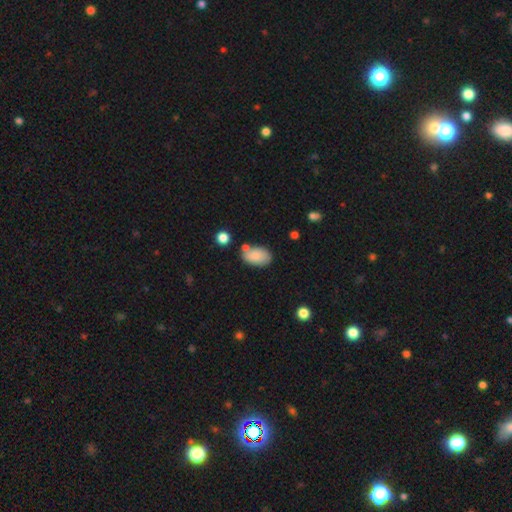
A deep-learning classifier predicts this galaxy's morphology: The model was most divided on "merging": none: 66%, minor disturbance: 17%, merger: 12%, major disturbance: 4%. More confident: how rounded — in between (91%); smooth or featured — smooth (82%).